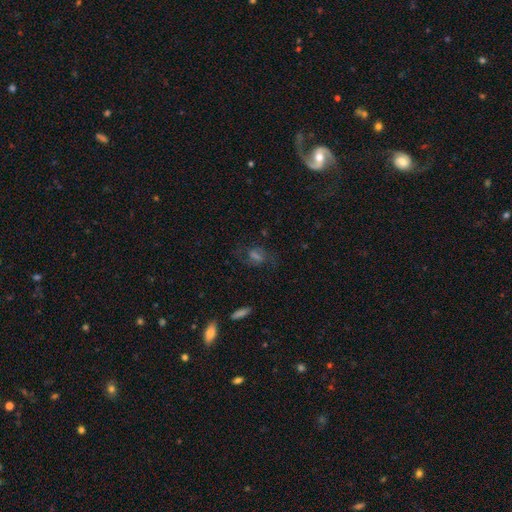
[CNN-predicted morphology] The model was most divided on "smooth or featured": featured or disk: 49%, smooth: 28%, star or artifact: 24%. More confident: merging — none (66%).